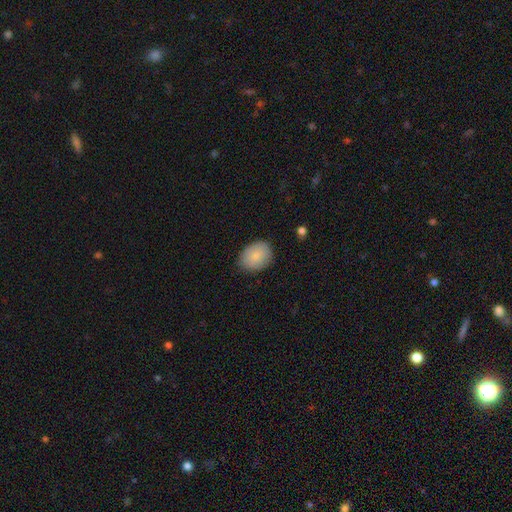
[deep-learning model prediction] Smooth or featured: smooth — 83% (featured or disk — 9%)
How rounded: in between — 63% (round — 36%)
Merging: none — 82% (minor disturbance — 14%)